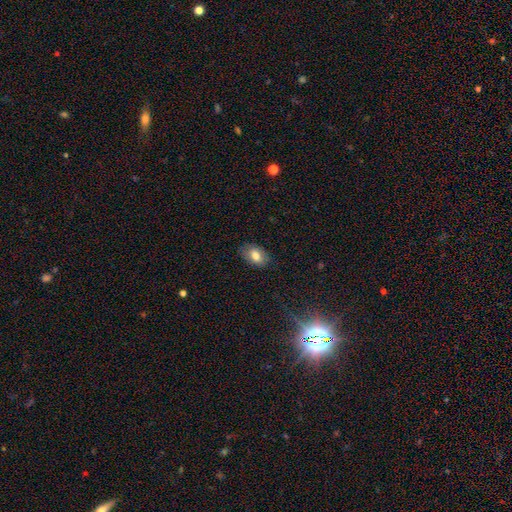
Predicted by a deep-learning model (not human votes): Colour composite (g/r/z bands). It shows a smooth galaxy with no disk features (77%) that is in between round and cigar-shaped (89%). Merging: none (82%).